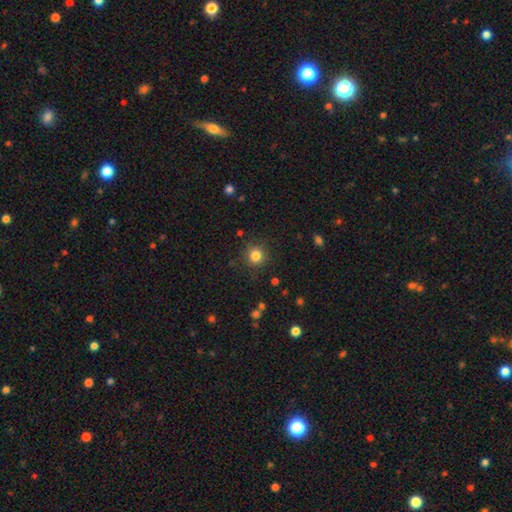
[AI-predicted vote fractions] Smooth or featured?
  - smooth: 82% *
  - star or artifact: 13%
  - featured or disk: 5%
How rounded?
  - round: 92% *
  - in between: 7%
  - cigar-shaped: 1%
Merging?
  - none: 88% *
  - minor disturbance: 8%
  - major disturbance: 3%
  - merger: 2%